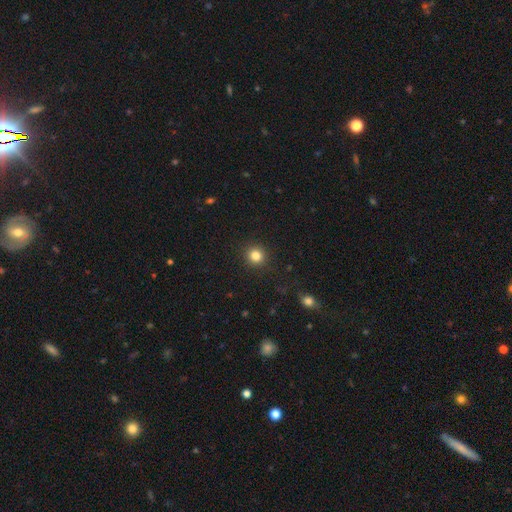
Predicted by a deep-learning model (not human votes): This appears to be a smooth galaxy with no disk features (83%) that is round (91%). Merging: none (91%).